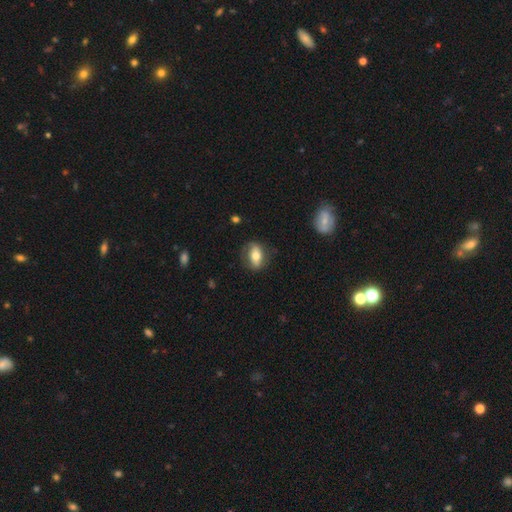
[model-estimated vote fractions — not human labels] Smooth or featured? Predicted: smooth (p=0.51). How rounded? Predicted: in between (p=0.79). Merging? Predicted: none (p=0.69).